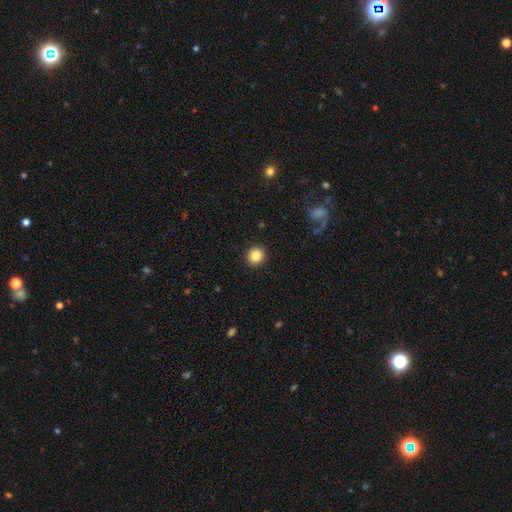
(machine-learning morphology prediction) Smooth or featured? smooth (85%)
How rounded? round (94%)
Merging? none (93%)